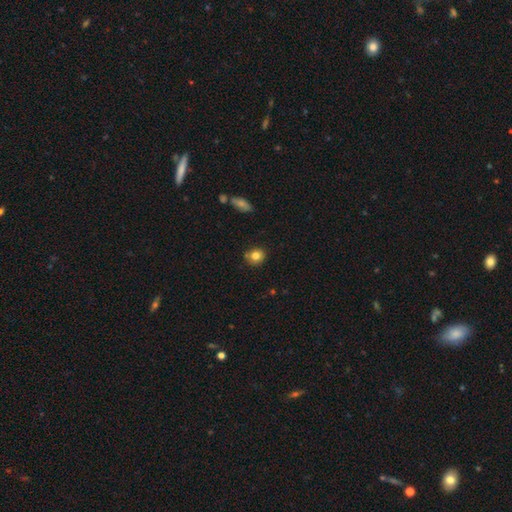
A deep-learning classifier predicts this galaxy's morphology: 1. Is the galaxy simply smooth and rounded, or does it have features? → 81% smooth, 10% star or artifact, 9% featured or disk.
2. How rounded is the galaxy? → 80% round, 19% in between, 1% cigar-shaped.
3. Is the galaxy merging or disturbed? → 79% none, 14% minor disturbance, 5% merger, 3% major disturbance.